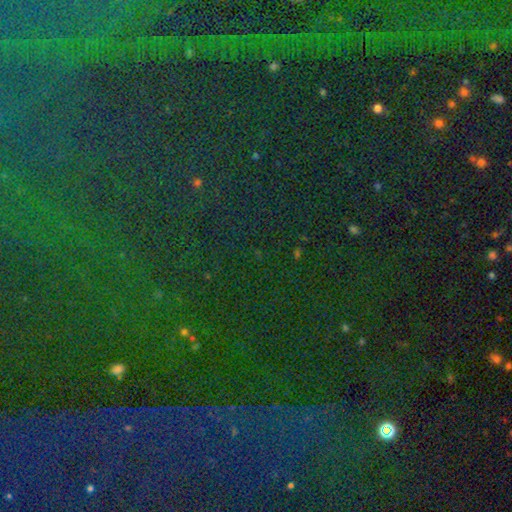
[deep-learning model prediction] Overall: star or artifact (81%).